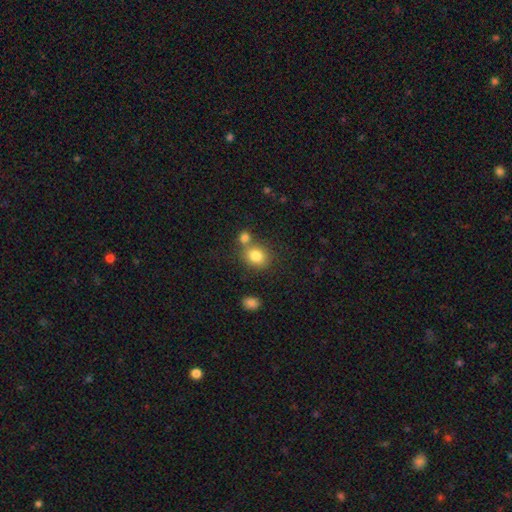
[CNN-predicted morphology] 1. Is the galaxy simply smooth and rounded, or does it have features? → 81% smooth, 11% star or artifact, 8% featured or disk.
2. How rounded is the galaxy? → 64% round, 35% in between, 1% cigar-shaped.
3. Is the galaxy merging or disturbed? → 56% none, 30% merger, 11% minor disturbance, 4% major disturbance.